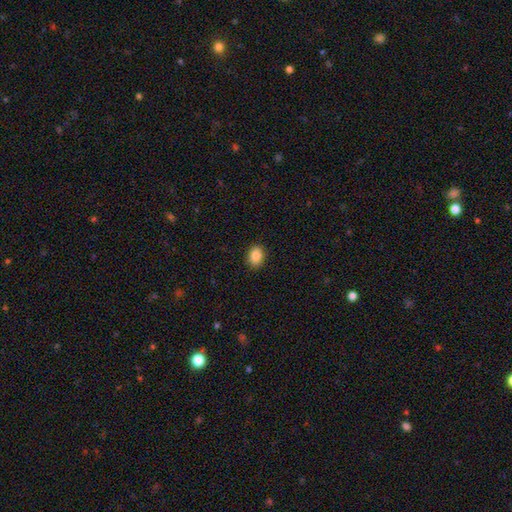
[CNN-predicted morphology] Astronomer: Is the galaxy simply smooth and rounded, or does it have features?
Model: smooth — 87%.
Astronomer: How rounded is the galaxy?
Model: in between — 72%.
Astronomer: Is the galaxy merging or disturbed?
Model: none — 90%.